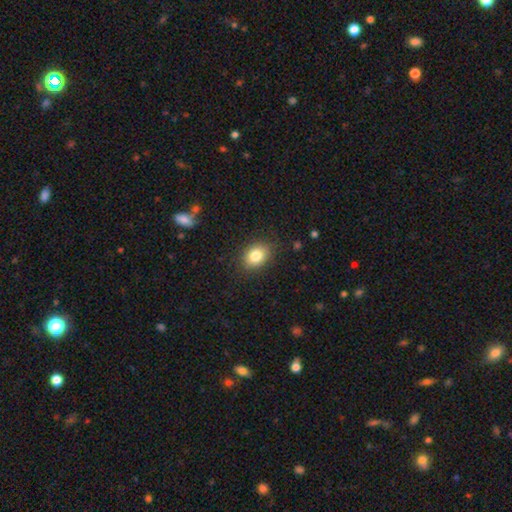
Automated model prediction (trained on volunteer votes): smooth-or-featured: smooth: 82% | star or artifact: 10% | featured or disk: 8%
  how-rounded: in between: 64% | round: 35% | cigar-shaped: 1%
  merging: none: 85% | minor disturbance: 11% | major disturbance: 3% | merger: 1%